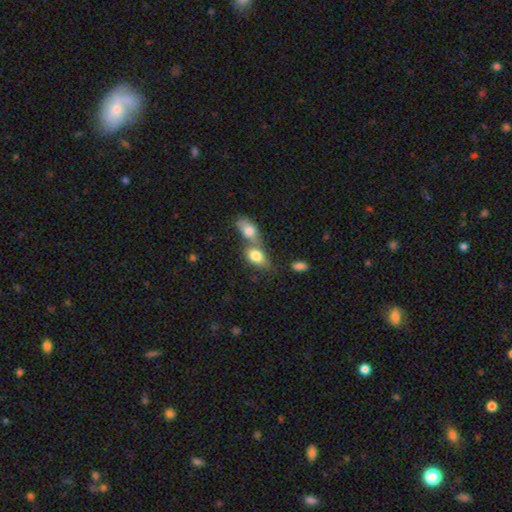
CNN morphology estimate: This is likely a smooth galaxy (80%). How rounded: clearly in between (85%). Merging: likely merger (67%).